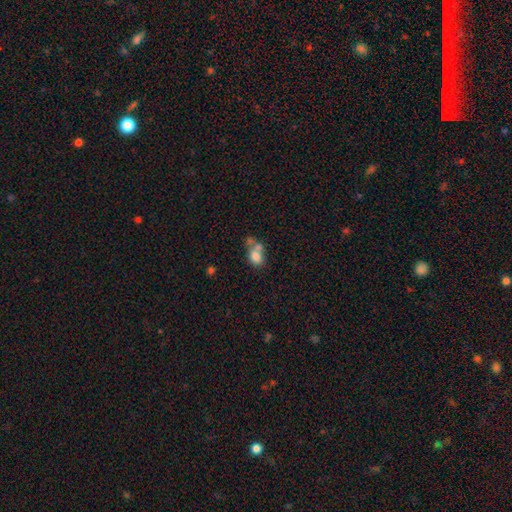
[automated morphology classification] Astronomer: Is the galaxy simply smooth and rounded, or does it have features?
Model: smooth — 74%.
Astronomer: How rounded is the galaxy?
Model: in between — 56% (runner-up: round, 42%).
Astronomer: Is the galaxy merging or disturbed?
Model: merger — 52% (runner-up: none, 30%).